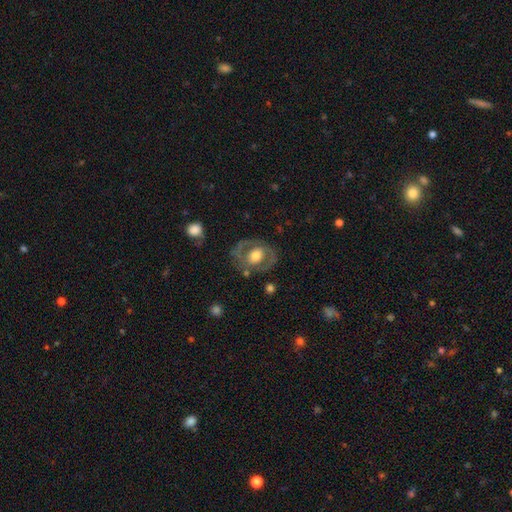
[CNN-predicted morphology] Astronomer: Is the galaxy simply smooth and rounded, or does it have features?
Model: featured or disk — 60%.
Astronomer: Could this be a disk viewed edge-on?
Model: no — 95%.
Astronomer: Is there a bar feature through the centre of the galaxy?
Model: no — 67%.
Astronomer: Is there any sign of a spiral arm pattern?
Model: no — 63%.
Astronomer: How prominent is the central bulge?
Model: moderate — 54% (runner-up: large, 35%).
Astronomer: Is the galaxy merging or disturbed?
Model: none — 70%.